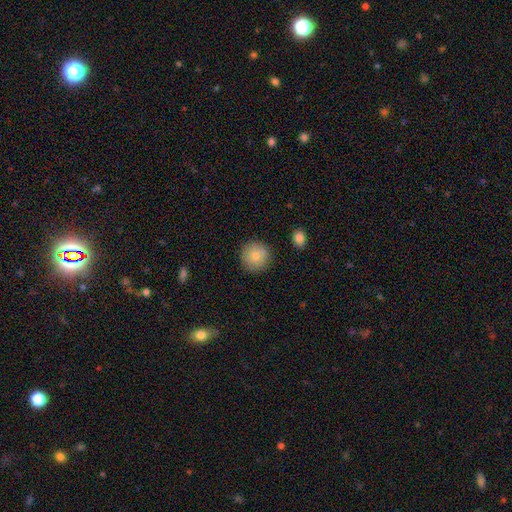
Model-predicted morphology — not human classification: Smooth or featured? smooth (82%)
How rounded? round (94%)
Merging? none (84%)